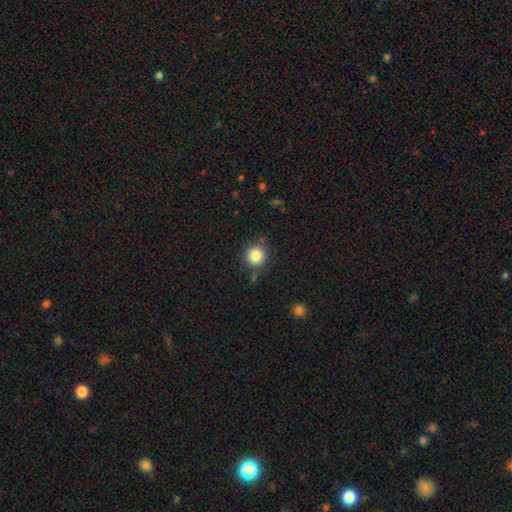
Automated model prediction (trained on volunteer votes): Smooth or featured: smooth — 85% (star or artifact — 10%)
How rounded: round — 93% (in between — 6%)
Merging: none — 82% (minor disturbance — 11%)